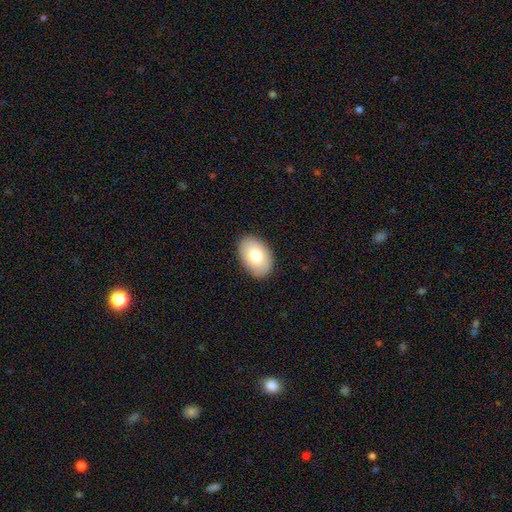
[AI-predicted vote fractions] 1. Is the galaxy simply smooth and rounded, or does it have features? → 77% smooth, 16% featured or disk, 7% star or artifact.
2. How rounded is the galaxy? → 88% in between, 11% round, 1% cigar-shaped.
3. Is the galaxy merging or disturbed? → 89% none, 9% minor disturbance, 2% major disturbance, 1% merger.